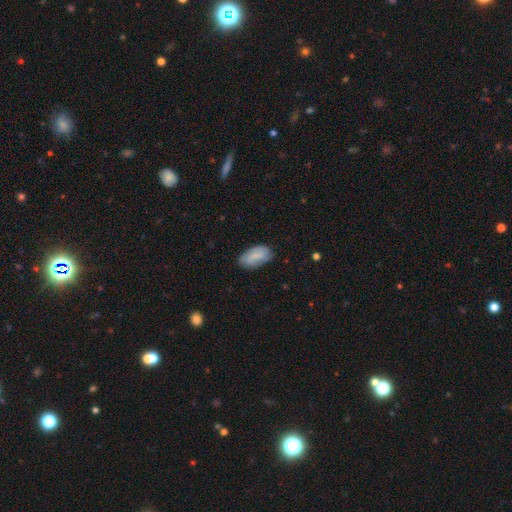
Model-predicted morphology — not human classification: The model was most divided on "merging": none: 71%, minor disturbance: 23%, major disturbance: 5%, merger: 2%. More confident: how rounded — in between (94%); smooth or featured — smooth (72%).